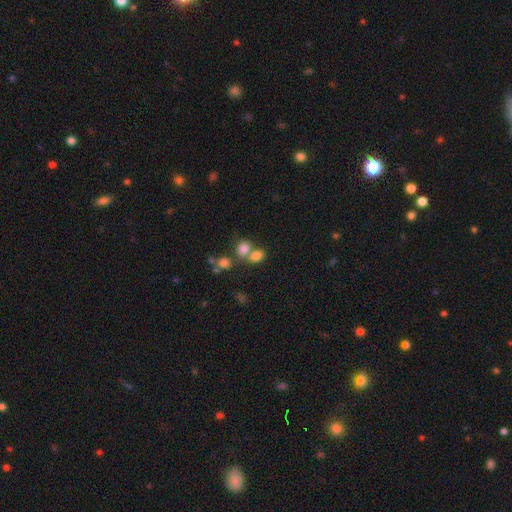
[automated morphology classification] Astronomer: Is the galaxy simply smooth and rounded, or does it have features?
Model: smooth — 77%.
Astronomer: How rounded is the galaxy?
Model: in between — 56% (runner-up: round, 42%).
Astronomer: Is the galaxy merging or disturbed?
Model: merger — 44% (runner-up: none, 42%).